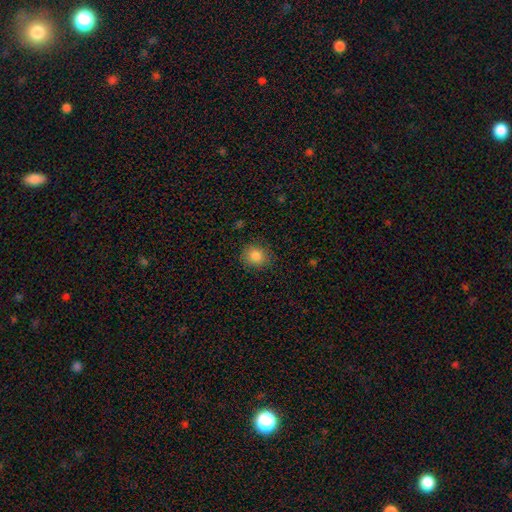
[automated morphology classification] This appears to be a smooth galaxy with no disk features (86%) that is round (76%). Merging: none (86%).